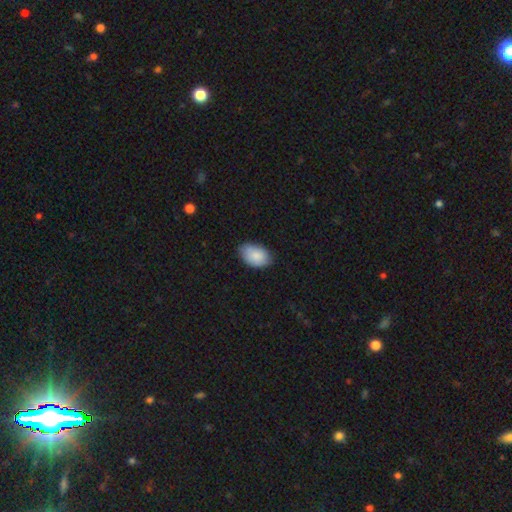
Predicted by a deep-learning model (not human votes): Smooth or featured? smooth (85%)
How rounded? in between (91%)
Merging? none (74%)